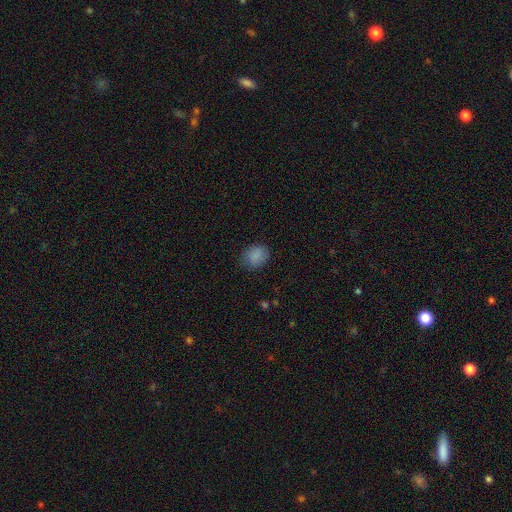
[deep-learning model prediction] smooth_or_featured: smooth (p=0.86) [alt: star or artifact p=0.09]
how_rounded: in between (p=0.51) [alt: round p=0.48]
merging: none (p=0.80) [alt: minor disturbance p=0.15]